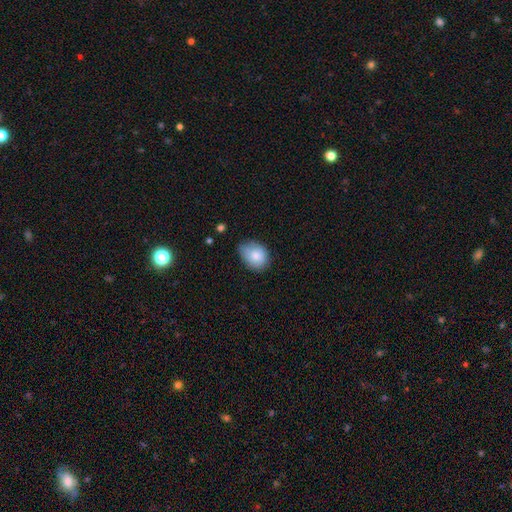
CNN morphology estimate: A smooth galaxy with no disk features (83%) that is in between round and cigar-shaped (62%). Merging: none (57%).